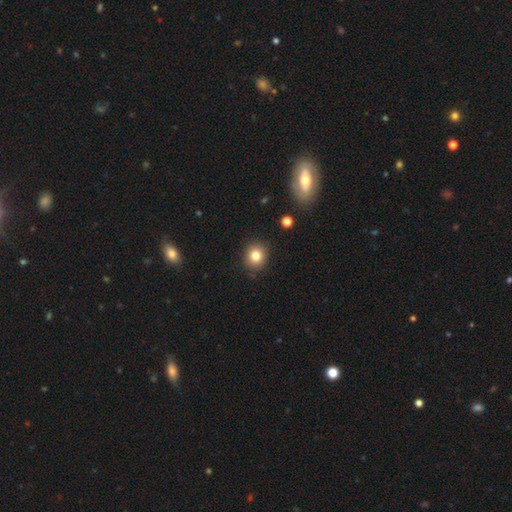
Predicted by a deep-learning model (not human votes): The model was most divided on "how rounded": round: 80%, in between: 19%, cigar-shaped: 1%. More confident: merging — none (89%); smooth or featured — smooth (81%).